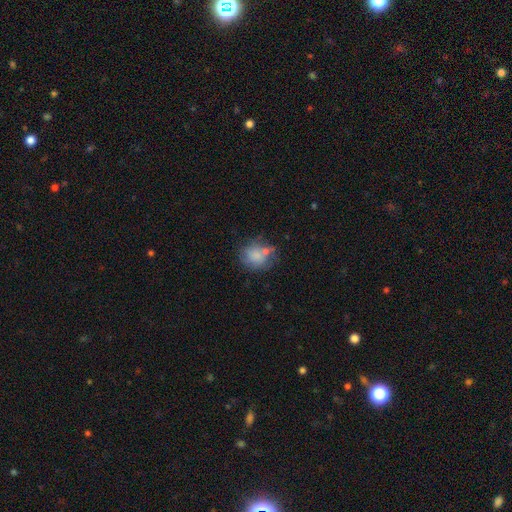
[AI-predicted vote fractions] Q: Smooth or featured?
A: smooth (68%); runner-up: featured or disk (22%)
Q: How rounded?
A: round (58%); runner-up: in between (41%)
Q: Merging?
A: none (48%); runner-up: minor disturbance (24%)